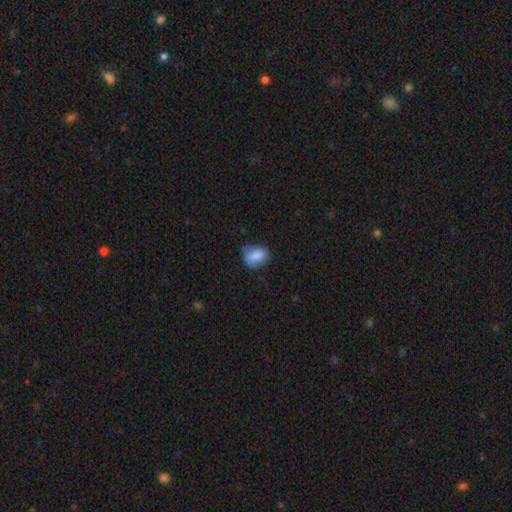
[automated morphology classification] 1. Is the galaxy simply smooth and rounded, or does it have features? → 83% smooth, 9% featured or disk, 8% star or artifact.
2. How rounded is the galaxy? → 69% in between, 29% round, 1% cigar-shaped.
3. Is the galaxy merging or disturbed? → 56% none, 33% minor disturbance, 9% major disturbance, 3% merger.